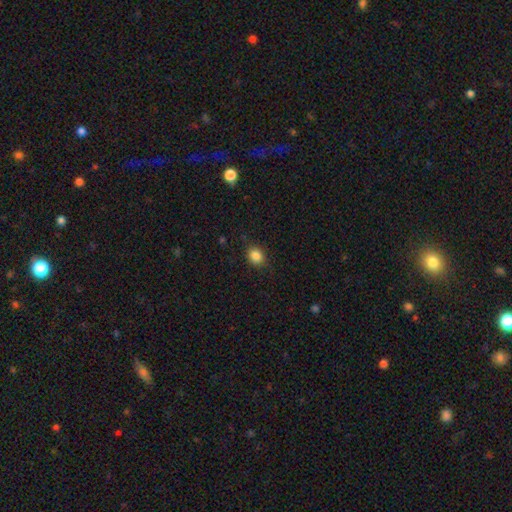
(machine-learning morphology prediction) This appears to be a smooth galaxy with no disk features (85%) that is round (70%). Merging: none (86%).